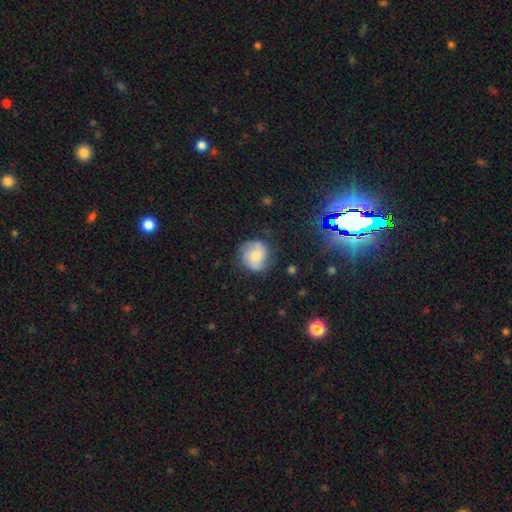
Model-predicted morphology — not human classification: smooth 53%, featured or disk 38%, star or artifact 9%. Down the decision tree: how rounded — round (84%); merging — none (69%).